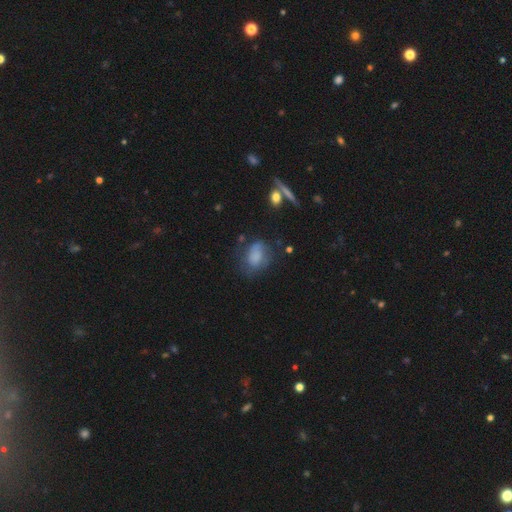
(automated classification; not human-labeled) smooth_or_featured: smooth (p=0.65) [alt: featured or disk p=0.25]
how_rounded: in between (p=0.68) [alt: round p=0.31]
merging: none (p=0.45) [alt: minor disturbance p=0.29]